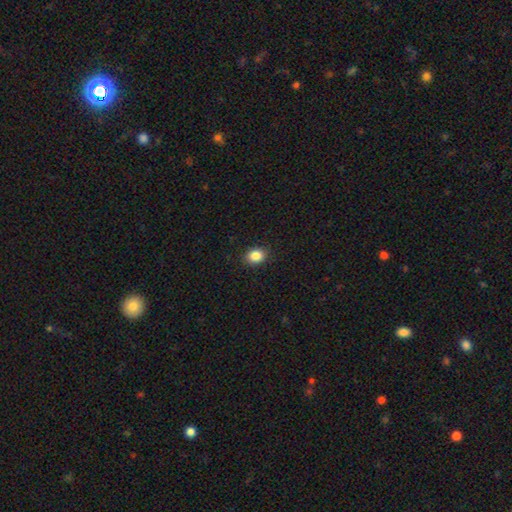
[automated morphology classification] type=smooth (86%); roundness=in between (55%); merging=none (90%).